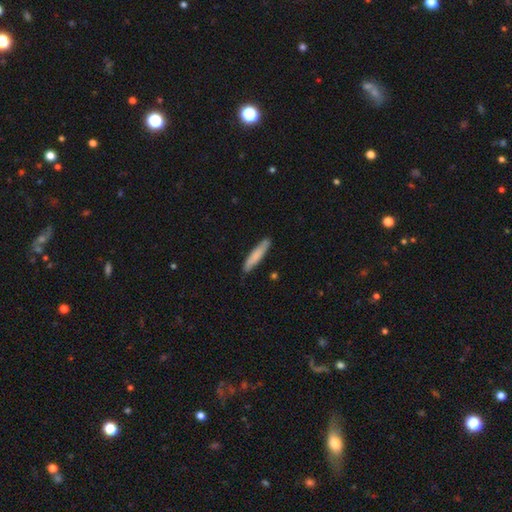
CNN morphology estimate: This is likely a smooth galaxy (76%). How rounded: clearly cigar-shaped (91%). Merging: clearly none (84%).